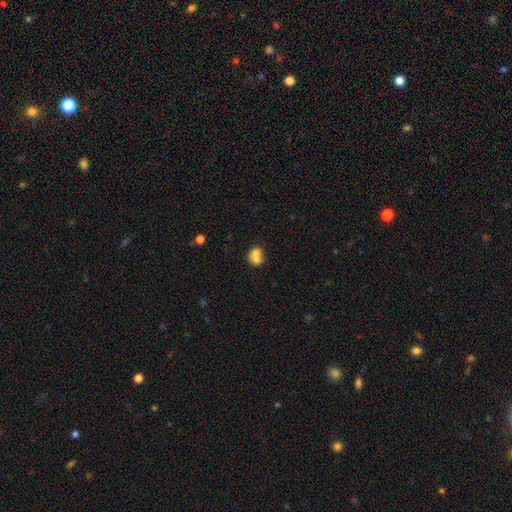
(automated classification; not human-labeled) Smooth or featured: smooth — 71% (featured or disk — 19%)
How rounded: round — 64% (in between — 35%)
Merging: merger — 59% (none — 29%)